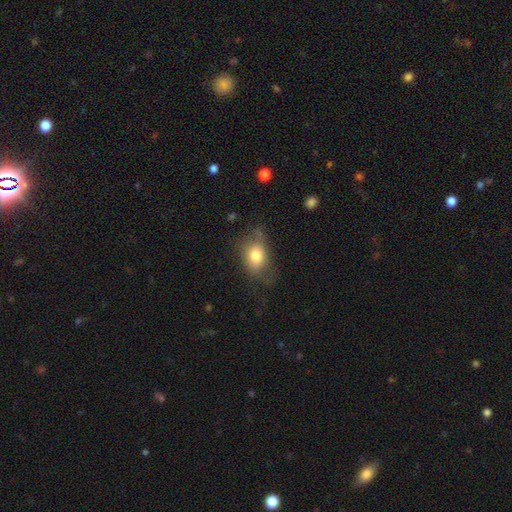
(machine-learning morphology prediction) The model was most divided on "merging": none: 50%, minor disturbance: 30%, major disturbance: 17%, merger: 3%. More confident: how rounded — in between (76%); smooth or featured — smooth (75%).